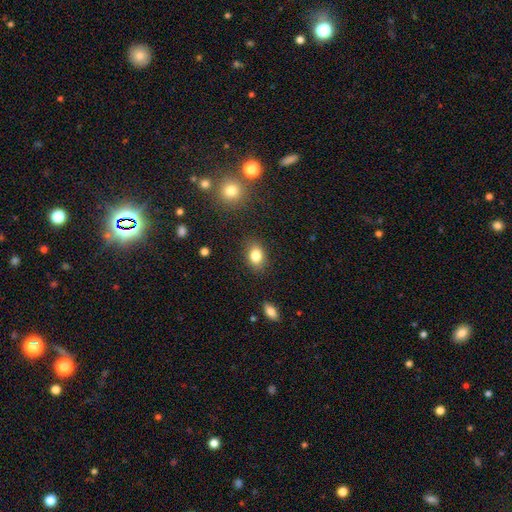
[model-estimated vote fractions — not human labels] Smooth or featured: smooth — 83% (star or artifact — 10%)
How rounded: in between — 72% (round — 26%)
Merging: none — 85% (minor disturbance — 11%)